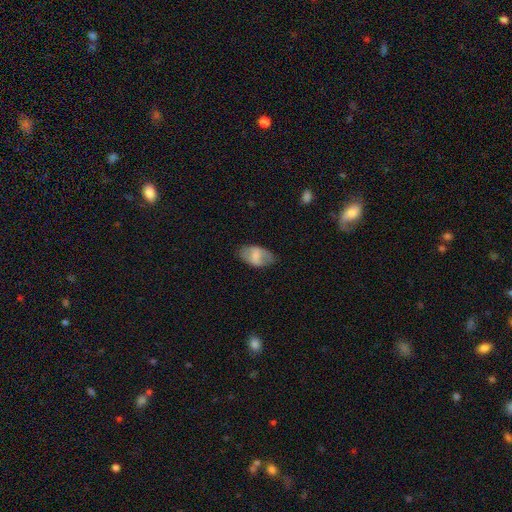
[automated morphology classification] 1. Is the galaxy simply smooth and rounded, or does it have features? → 62% smooth, 31% featured or disk, 7% star or artifact.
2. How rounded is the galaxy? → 92% in between, 6% round, 2% cigar-shaped.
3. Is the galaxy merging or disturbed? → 72% none, 20% minor disturbance, 7% major disturbance, 1% merger.